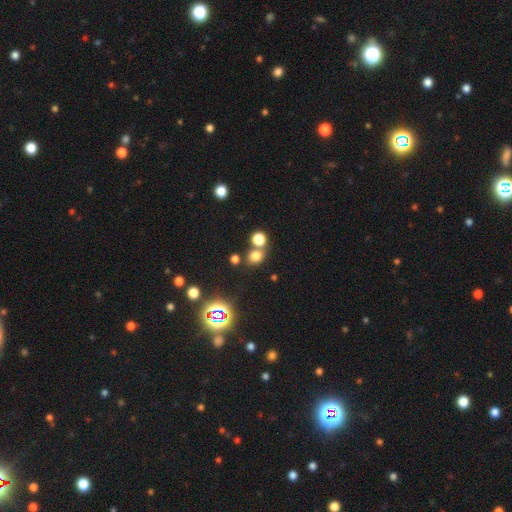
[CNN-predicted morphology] smooth 71%, star or artifact 23%, featured or disk 7%. Down the decision tree: how rounded — round (73%); merging — none (61%).